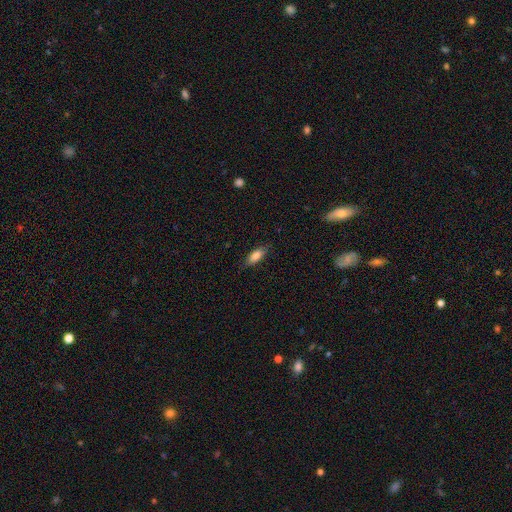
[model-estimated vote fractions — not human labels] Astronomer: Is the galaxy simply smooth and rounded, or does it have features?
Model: smooth — 82%.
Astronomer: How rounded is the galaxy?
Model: in between — 70%.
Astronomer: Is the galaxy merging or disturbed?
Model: none — 83%.